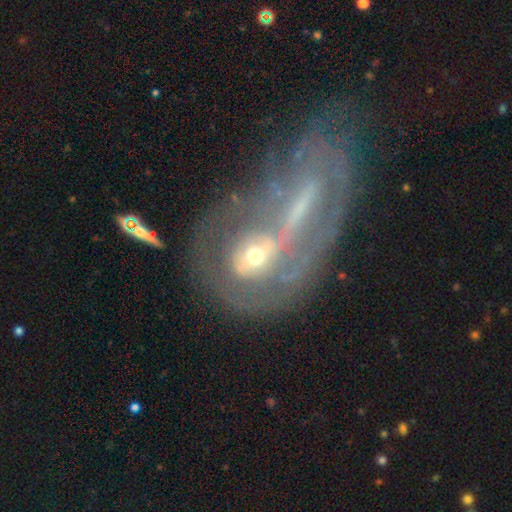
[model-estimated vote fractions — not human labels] The model was most divided on "bulge size": moderate: 48%, small: 43%, large: 4%, none: 3%, dominant: 2%. Remaining: edge-on disk — no (94%); smooth or featured — featured or disk (67%); spiral arms — yes (55%); bar — no (46%); merging — merger (41%).